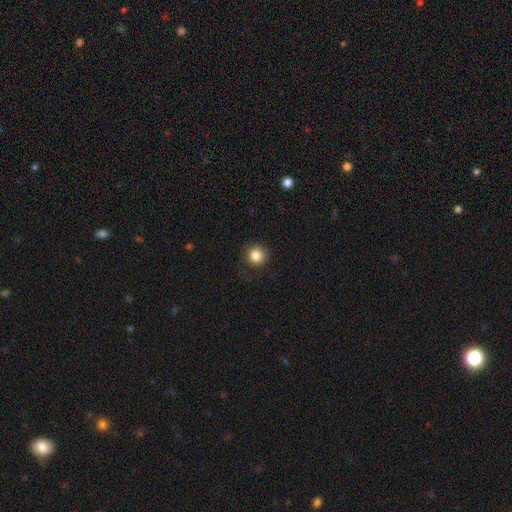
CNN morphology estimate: This appears to be a smooth galaxy with no disk features (86%) that is round (94%). Merging: none (87%).